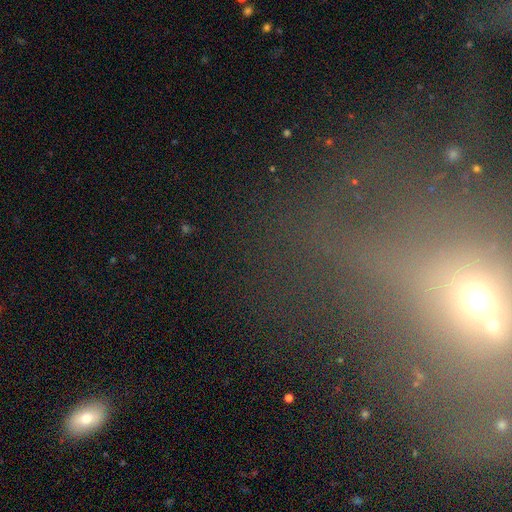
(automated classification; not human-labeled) smooth-or-featured: star or artifact: 44% | smooth: 31% | featured or disk: 24%